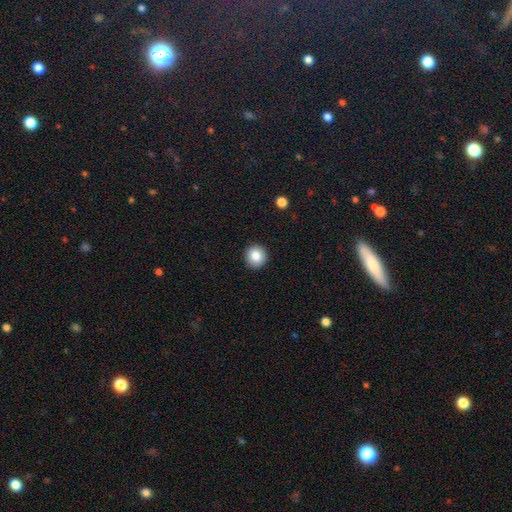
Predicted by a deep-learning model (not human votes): Morphology: type=smooth (84%); roundness=round (93%); merging=none (92%).